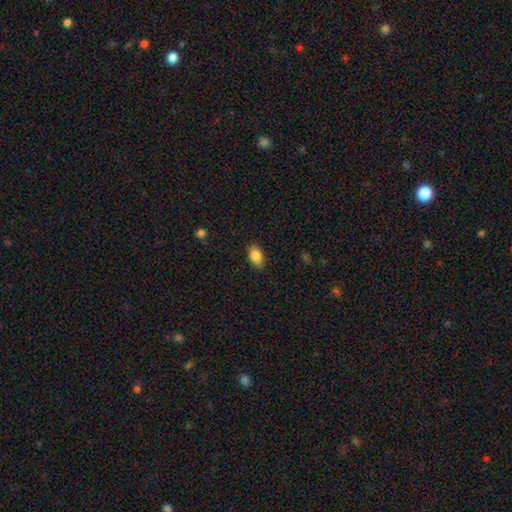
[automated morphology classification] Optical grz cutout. It shows a smooth galaxy with no disk features (86%) that is in between round and cigar-shaped (91%). Merging: none (86%).